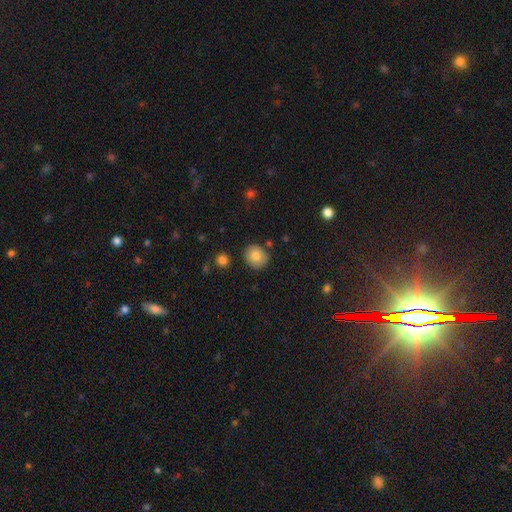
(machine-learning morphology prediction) smooth 80%, featured or disk 10%, star or artifact 9%. Down the decision tree: how rounded — round (79%); merging — none (84%).